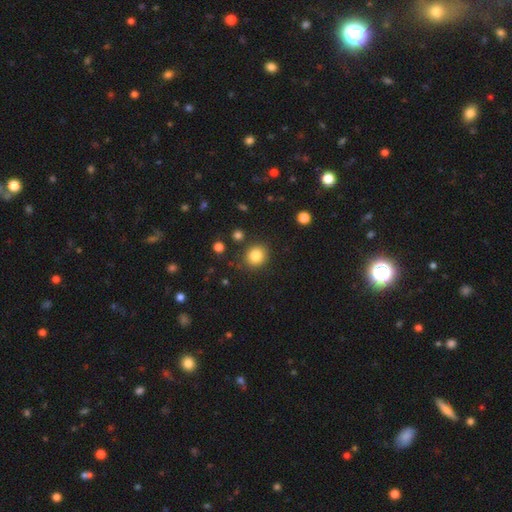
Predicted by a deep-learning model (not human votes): This is clearly a smooth galaxy (84%). How rounded: clearly round (81%). Merging: clearly none (86%).